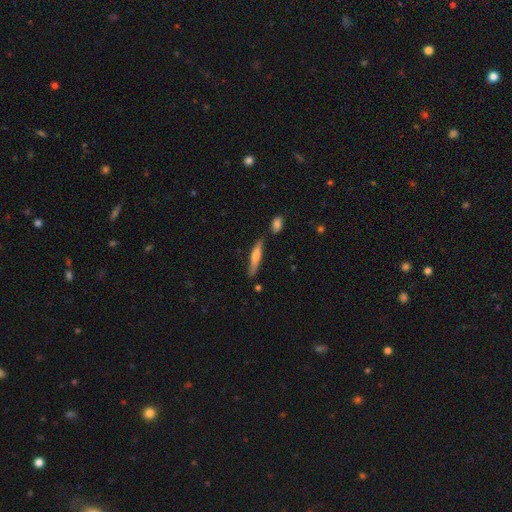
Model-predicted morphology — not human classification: Smooth or featured?
  - smooth: 58% *
  - featured or disk: 36%
  - star or artifact: 6%
How rounded?
  - cigar-shaped: 88% *
  - in between: 11%
  - round: 2%
Merging?
  - none: 72% *
  - minor disturbance: 16%
  - merger: 9%
  - major disturbance: 3%